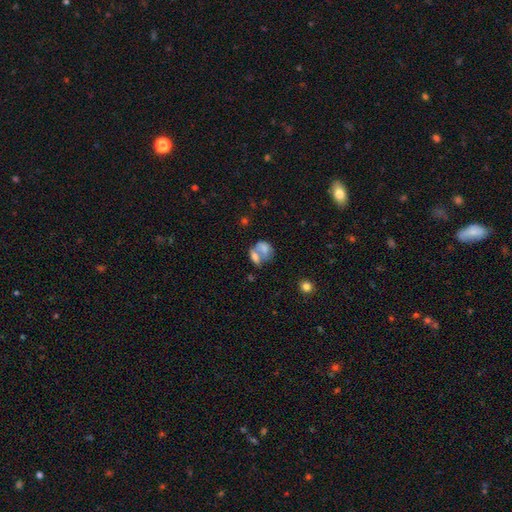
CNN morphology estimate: Smooth or featured?
  - smooth: 63% *
  - featured or disk: 27%
  - star or artifact: 10%
How rounded?
  - in between: 69% *
  - round: 28%
  - cigar-shaped: 2%
Merging?
  - merger: 65% *
  - none: 18%
  - major disturbance: 9%
  - minor disturbance: 9%